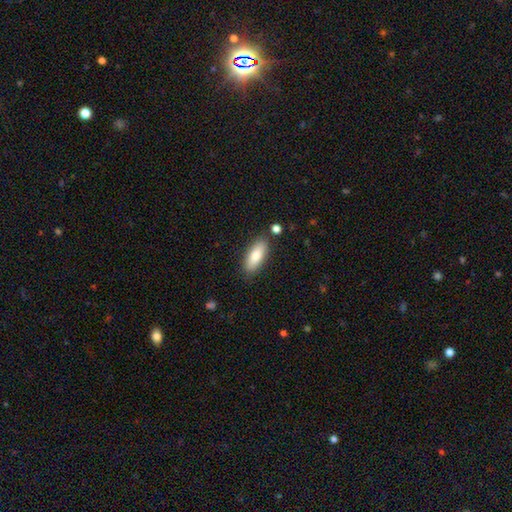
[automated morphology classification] A smooth galaxy with no disk features (81%) that is in between round and cigar-shaped (77%). Merging: none (83%).